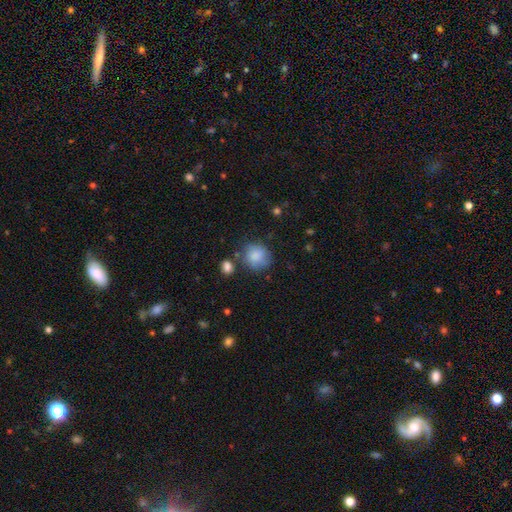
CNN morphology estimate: smooth 82%, featured or disk 11%, star or artifact 8%. Down the decision tree: how rounded — round (82%); merging — none (66%).